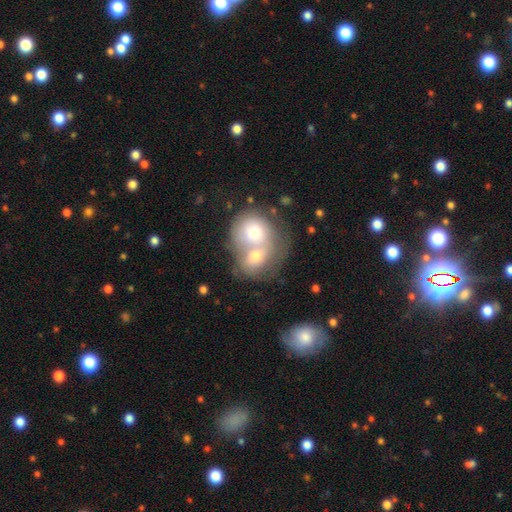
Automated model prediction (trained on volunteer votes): Smooth or featured? smooth (59%)
How rounded? round (62%)
Merging? merger (76%)